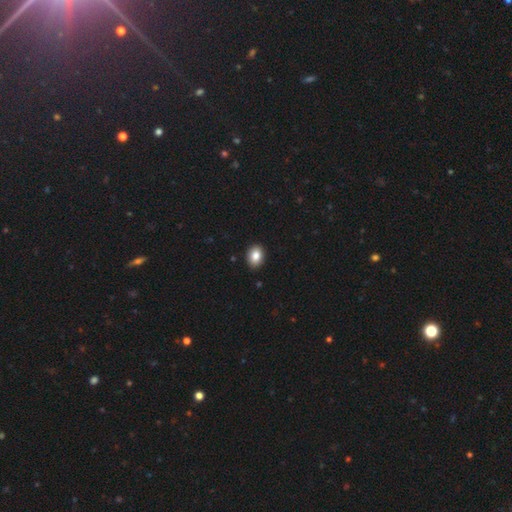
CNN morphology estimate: A smooth galaxy with no disk features (86%) that is in between round and cigar-shaped (73%).

Vote fractions:
- Smooth or featured? smooth: 86% / star or artifact: 8% / featured or disk: 6%
- How rounded? in between: 73% / round: 26% / cigar-shaped: 1%
- Merging? none: 90% / minor disturbance: 7% / major disturbance: 2% / merger: 1%